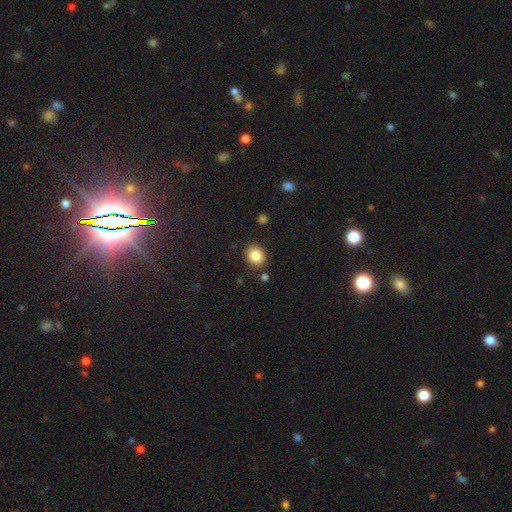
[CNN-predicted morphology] smooth 86%, star or artifact 9%, featured or disk 5%. Down the decision tree: how rounded — round (64%); merging — none (85%).